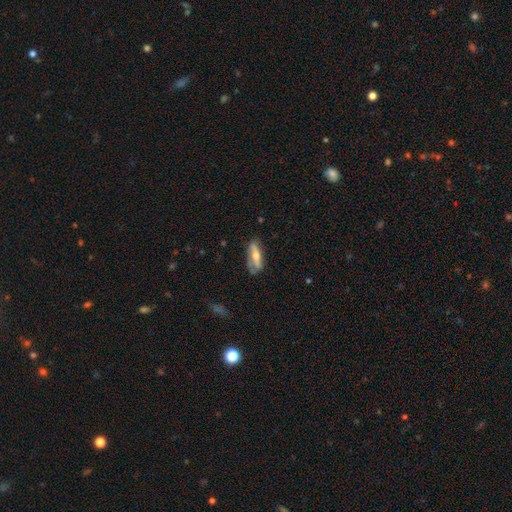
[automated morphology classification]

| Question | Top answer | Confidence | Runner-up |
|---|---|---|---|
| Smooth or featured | featured or disk | 52% | smooth (42%) |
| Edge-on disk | yes | 51% | no (49%) |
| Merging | none | 67% | minor disturbance (23%) |